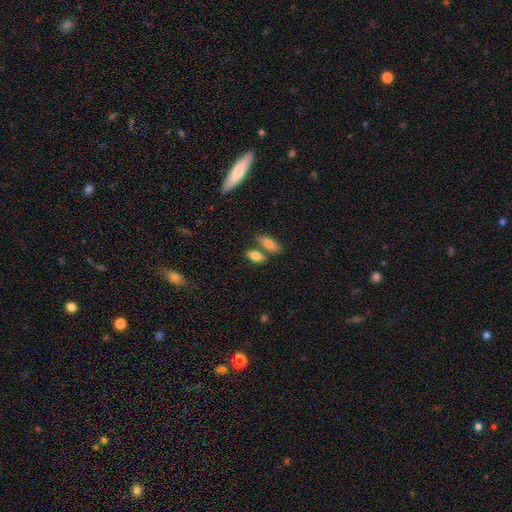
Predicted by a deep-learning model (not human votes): Morphology: type=smooth (79%); roundness=in between (79%); merging=none (54%).